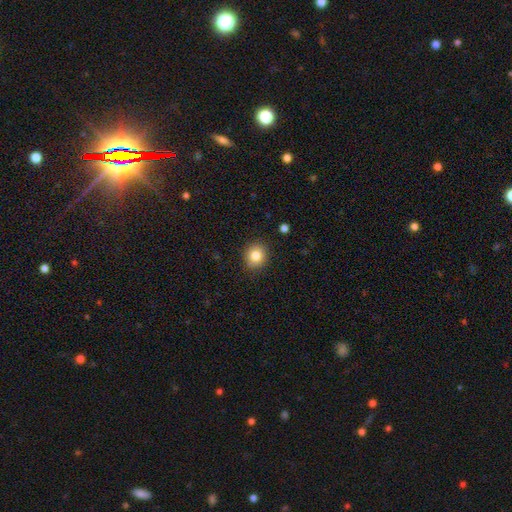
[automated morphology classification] The model was most divided on "how rounded": round: 83%, in between: 16%, cigar-shaped: 1%. More confident: merging — none (89%); smooth or featured — smooth (83%).